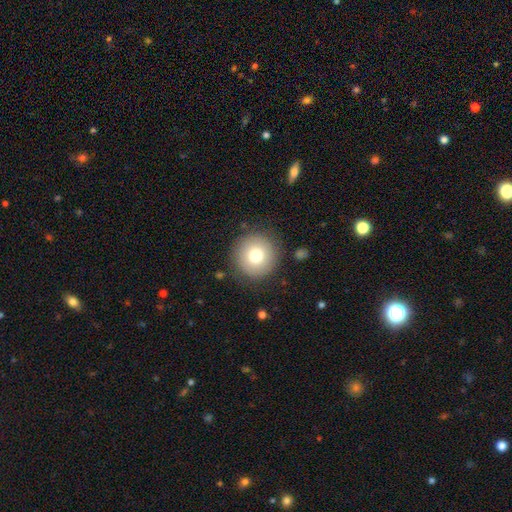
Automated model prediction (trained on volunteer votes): Smooth or featured: smooth — 77% (featured or disk — 13%)
How rounded: round — 95% (in between — 4%)
Merging: none — 87% (minor disturbance — 8%)